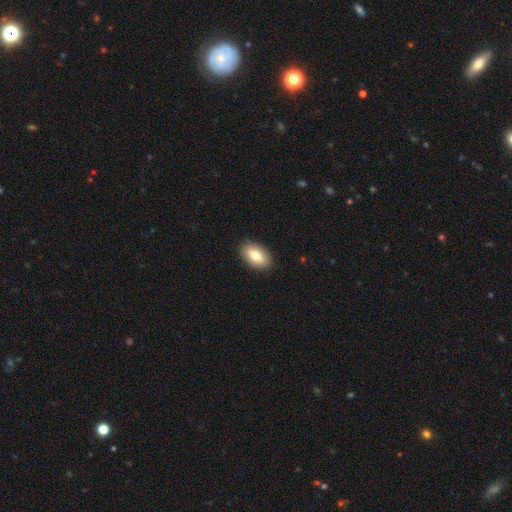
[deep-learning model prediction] Morphology: type=smooth (78%); roundness=in between (93%); merging=none (89%).